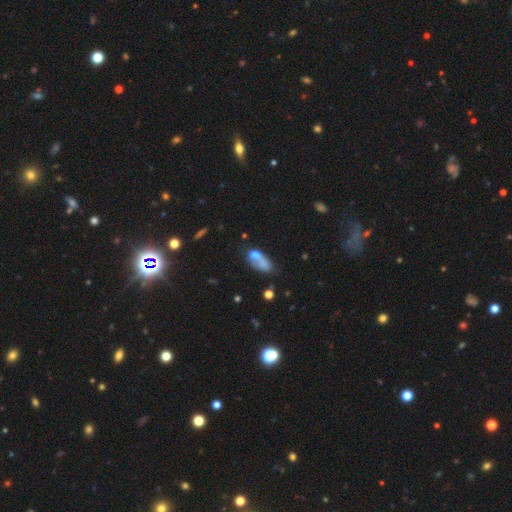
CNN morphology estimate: Smooth or featured? smooth (63%)
How rounded? in between (77%)
Merging? merger (39%)